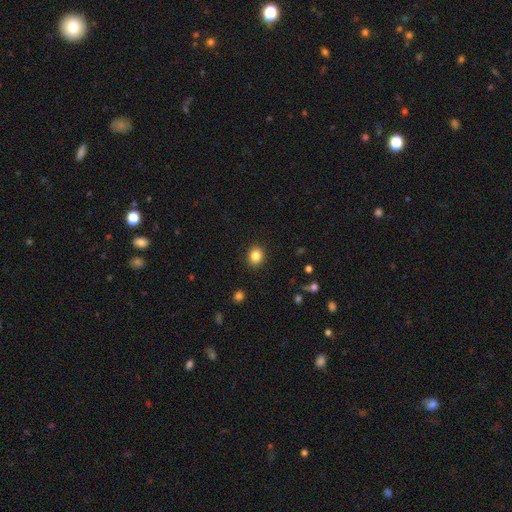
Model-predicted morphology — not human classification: A smooth galaxy with no disk features (85%) that is round (65%). Merging: none (91%).